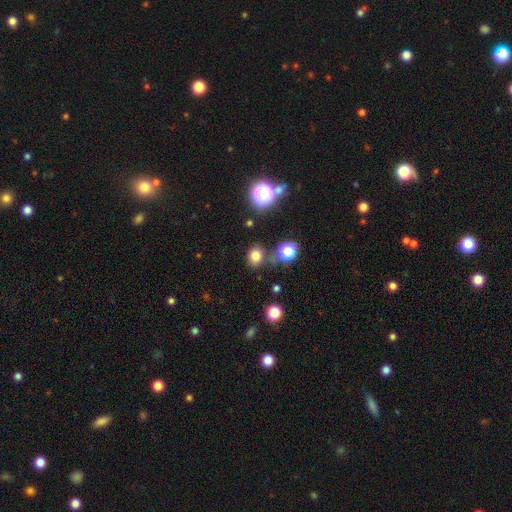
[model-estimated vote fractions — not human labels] smooth 75%, star or artifact 18%, featured or disk 7%. Down the decision tree: how rounded — round (63%); merging — none (69%).